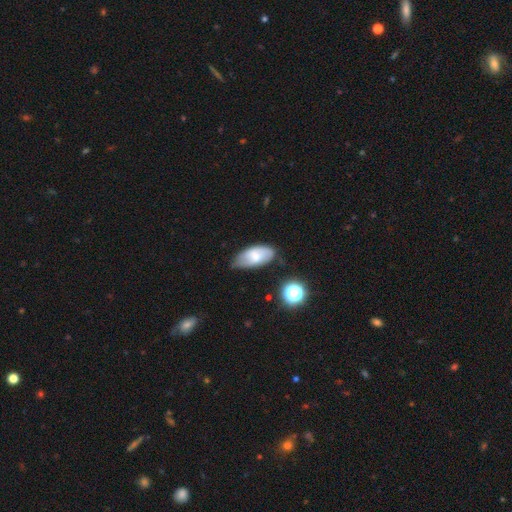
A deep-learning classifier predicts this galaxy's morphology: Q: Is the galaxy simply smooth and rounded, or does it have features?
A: smooth — 64%.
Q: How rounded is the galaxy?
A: in between — 91%.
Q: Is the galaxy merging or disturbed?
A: none — 63%.